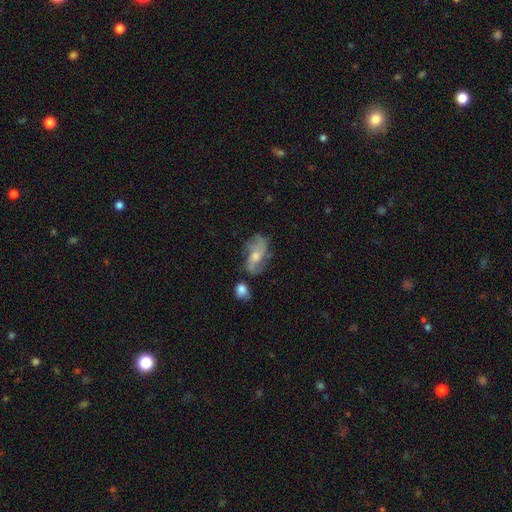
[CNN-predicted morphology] This appears to be a featured or disk galaxy (67%) with no bar (64%), 2 (38%) medium (42%) spiral arms (84%) and a moderate central bulge (57%). Merging: none (56%).